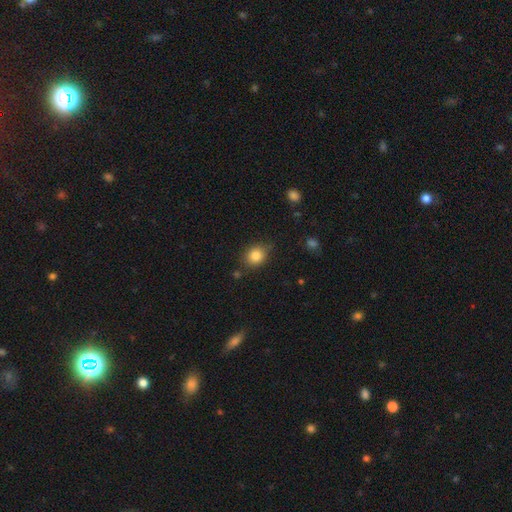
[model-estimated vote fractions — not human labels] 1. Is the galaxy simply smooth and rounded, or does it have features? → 83% smooth, 10% star or artifact, 7% featured or disk.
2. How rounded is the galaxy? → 62% round, 37% in between, 1% cigar-shaped.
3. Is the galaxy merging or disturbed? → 77% none, 16% minor disturbance, 4% major disturbance, 3% merger.